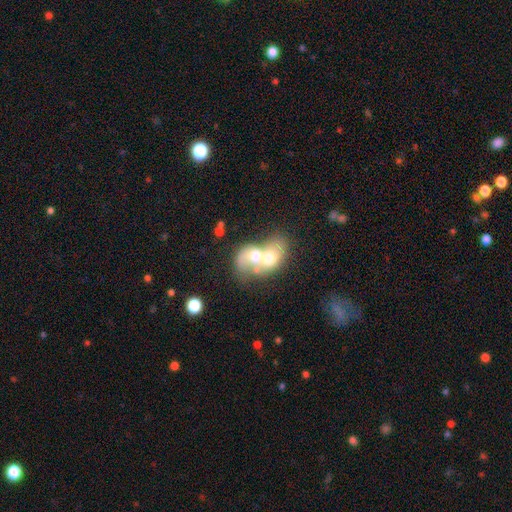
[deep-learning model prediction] Smooth or featured: featured or disk — 47% (smooth — 45%)
Merging: merger — 82% (none — 8%)